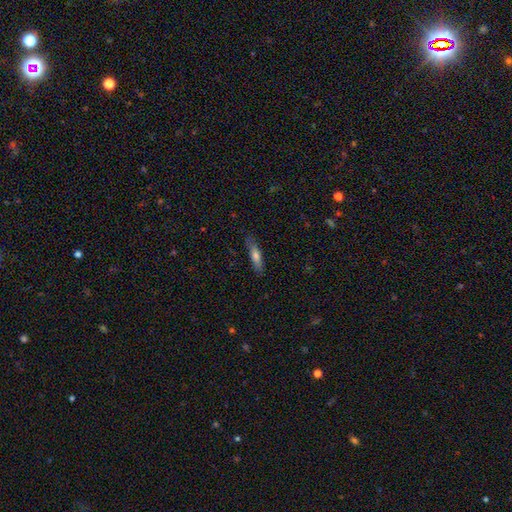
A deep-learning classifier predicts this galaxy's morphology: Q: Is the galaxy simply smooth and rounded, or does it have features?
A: smooth — 68%.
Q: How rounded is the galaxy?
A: cigar-shaped — 69%.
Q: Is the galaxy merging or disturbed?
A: none — 83%.